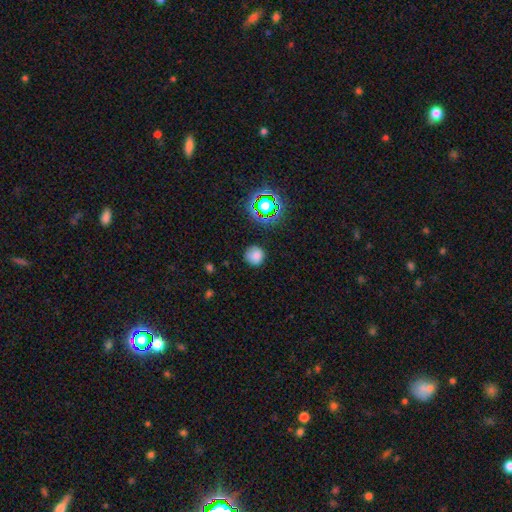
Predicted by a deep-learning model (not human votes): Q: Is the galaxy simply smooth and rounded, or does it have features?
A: smooth — 76%.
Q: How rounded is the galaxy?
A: round — 91%.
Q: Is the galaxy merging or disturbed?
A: none — 83%.